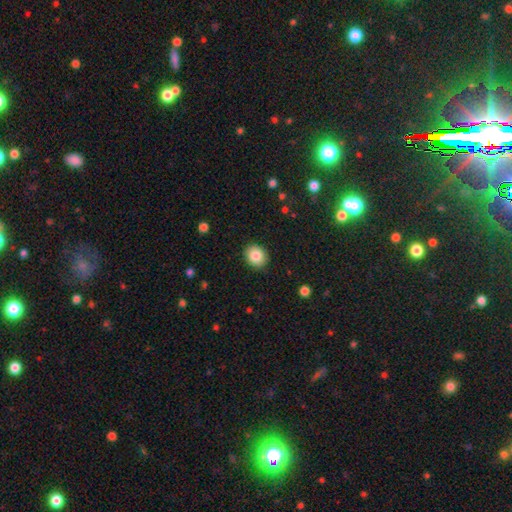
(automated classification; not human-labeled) Smooth or featured? Predicted: smooth (p=0.85). How rounded? Predicted: round (p=0.66). Merging? Predicted: none (p=0.90).